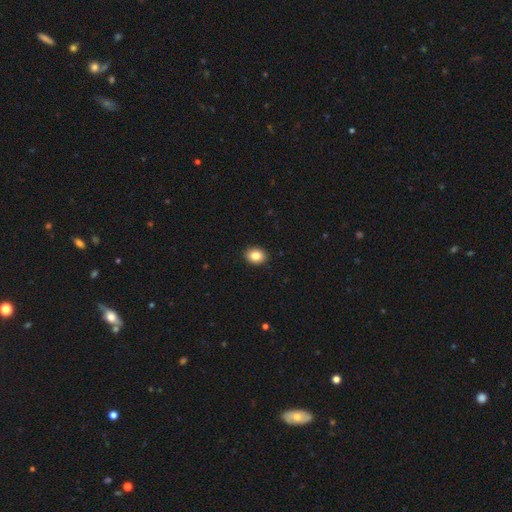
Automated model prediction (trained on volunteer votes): This is clearly a smooth galaxy (84%). How rounded: possibly in between (55%). Merging: clearly none (92%).